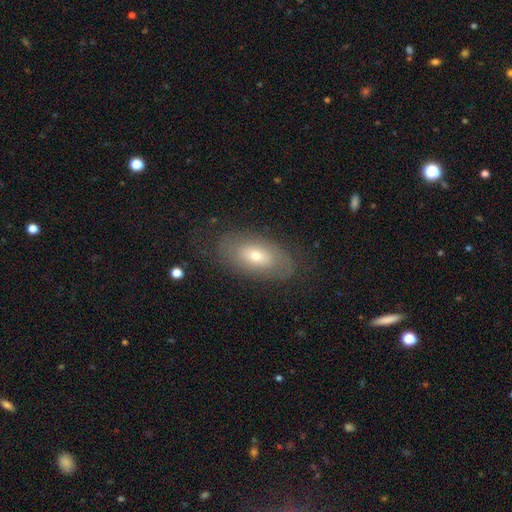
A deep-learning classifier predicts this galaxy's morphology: Smooth or featured? smooth (54%)
How rounded? in between (90%)
Merging? none (73%)